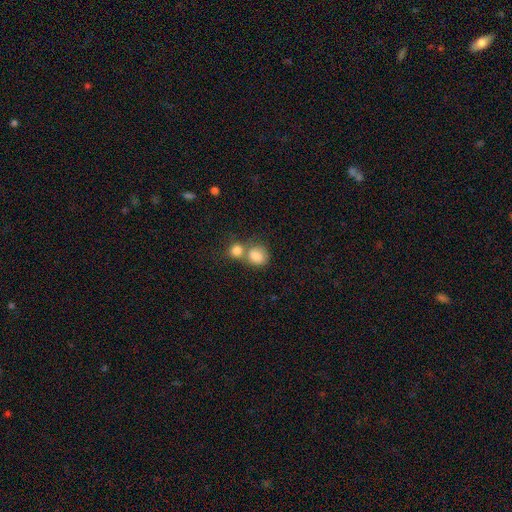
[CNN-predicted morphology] A smooth galaxy with no disk features (83%) that is round (73%). Merging: merger (54%).